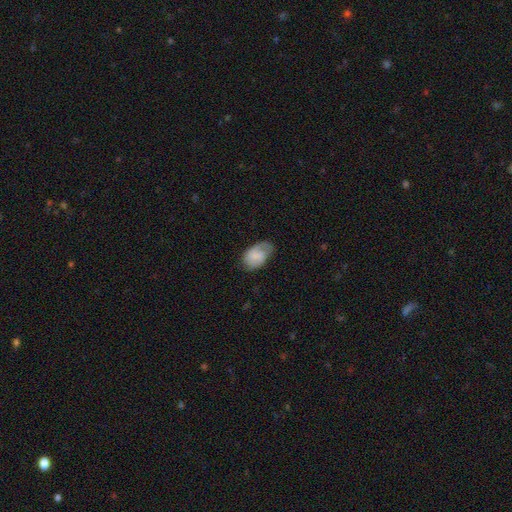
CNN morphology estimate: Smooth or featured? Predicted: smooth (p=0.55). How rounded? Predicted: in between (p=0.89). Merging? Predicted: none (p=0.56).